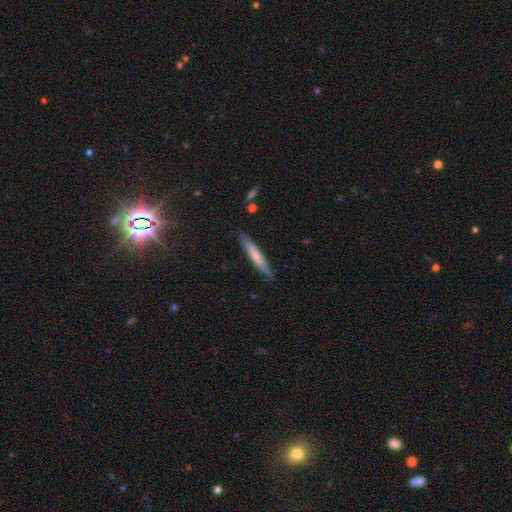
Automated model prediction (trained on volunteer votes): The model was most divided on "smooth or featured": smooth: 63%, featured or disk: 31%, star or artifact: 6%. More confident: how rounded — cigar-shaped (92%); merging — none (85%).